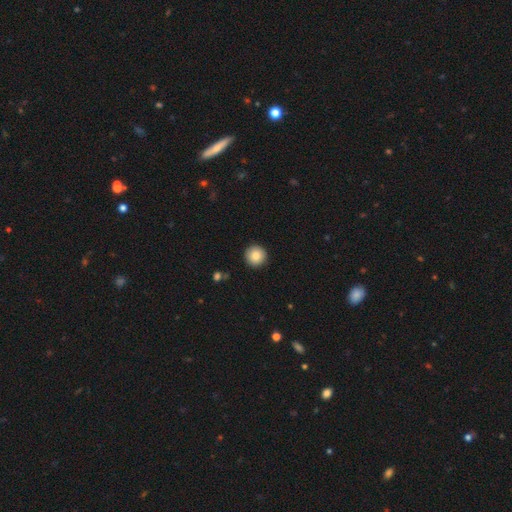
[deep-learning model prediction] This is clearly a smooth galaxy (86%). How rounded: clearly round (96%). Merging: clearly none (92%).